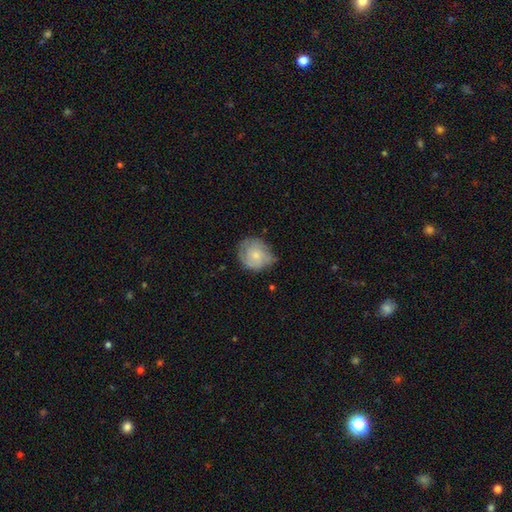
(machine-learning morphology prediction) This appears to be a smooth galaxy with no disk features (47%). Merging: none (65%).